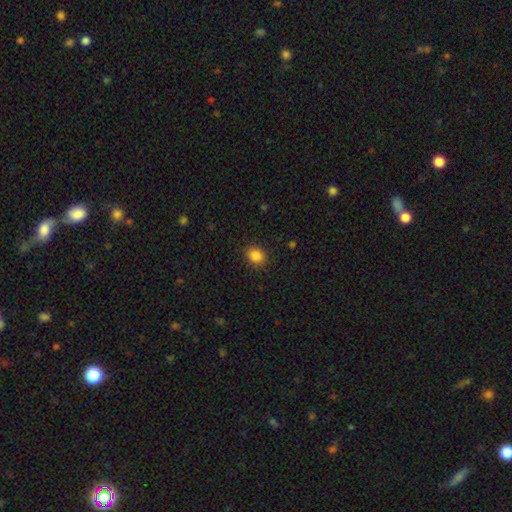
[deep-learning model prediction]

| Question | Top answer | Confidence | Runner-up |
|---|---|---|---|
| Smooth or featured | smooth | 86% | star or artifact (10%) |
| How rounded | round | 52% | in between (47%) |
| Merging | none | 88% | minor disturbance (8%) |